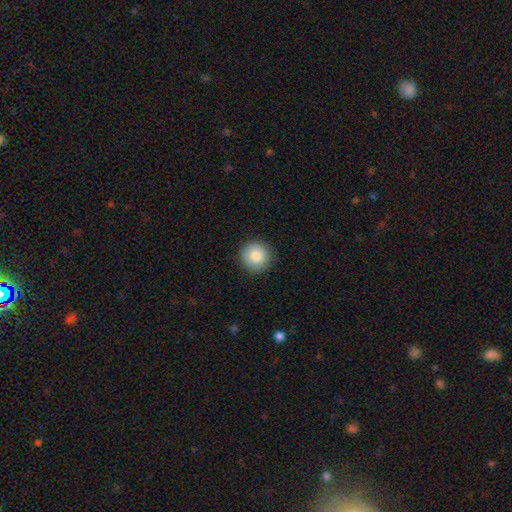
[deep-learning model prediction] Morphology: type=smooth (83%); roundness=round (95%); merging=none (90%).